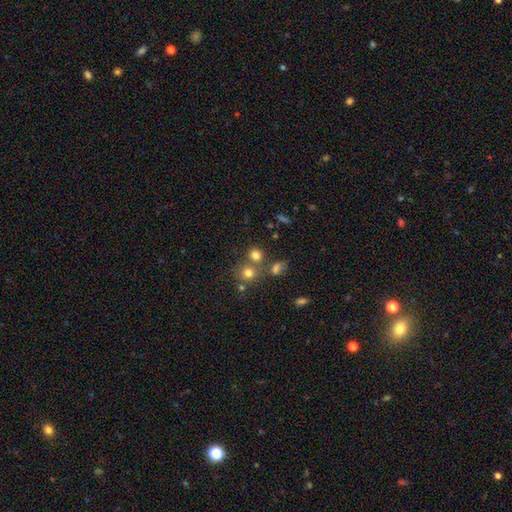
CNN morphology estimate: smooth_or_featured: smooth (p=0.76) [alt: star or artifact p=0.16]
how_rounded: round (p=0.81) [alt: in between p=0.18]
merging: none (p=0.62) [alt: merger p=0.25]